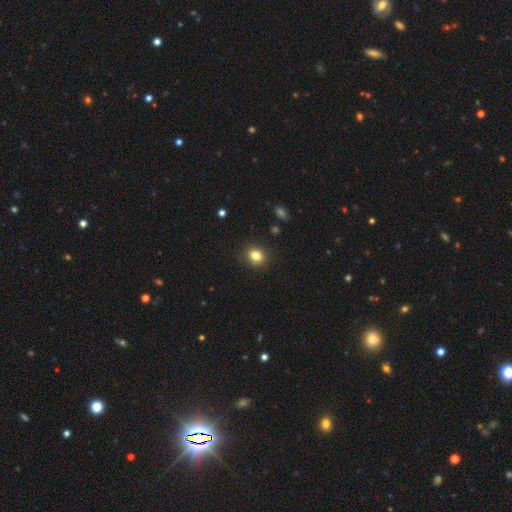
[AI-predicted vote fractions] A smooth galaxy with no disk features (82%) that is round (72%).

Vote fractions:
- Smooth or featured? smooth: 82% / star or artifact: 12% / featured or disk: 7%
- How rounded? round: 72% / in between: 27% / cigar-shaped: 1%
- Merging? none: 88% / minor disturbance: 8% / major disturbance: 2% / merger: 1%